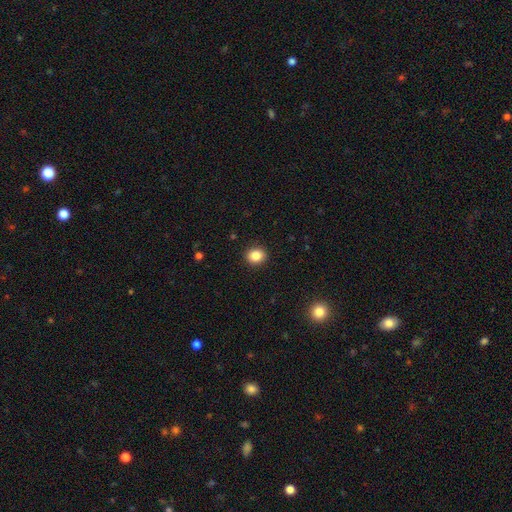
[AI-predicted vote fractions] Q: Smooth or featured?
A: smooth (86%); runner-up: star or artifact (10%)
Q: How rounded?
A: round (69%); runner-up: in between (30%)
Q: Merging?
A: none (91%); runner-up: minor disturbance (6%)